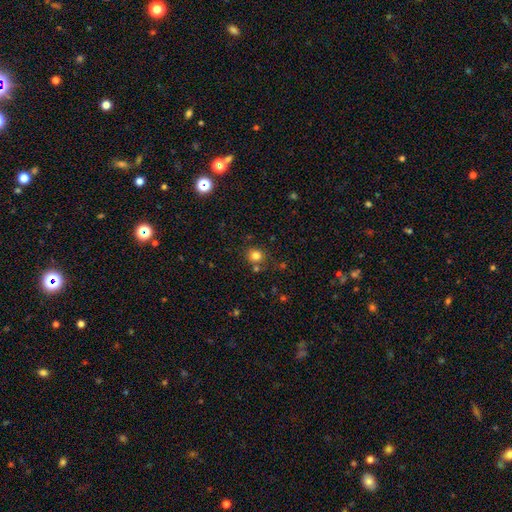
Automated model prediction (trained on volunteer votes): Smooth or featured: smooth — 81% (star or artifact — 13%)
How rounded: round — 85% (in between — 15%)
Merging: none — 77% (minor disturbance — 10%)